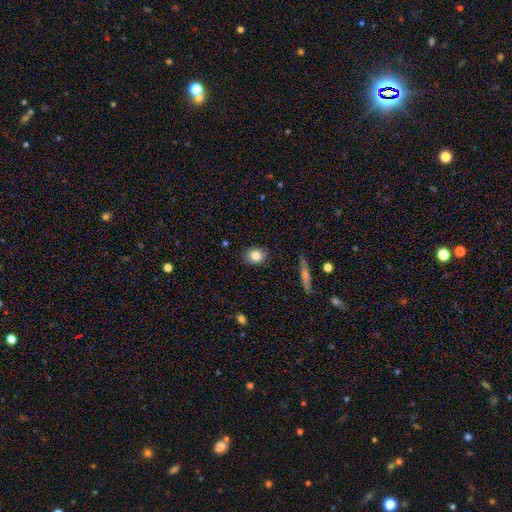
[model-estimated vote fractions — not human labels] smooth_or_featured: smooth (p=0.82) [alt: featured or disk p=0.09]
how_rounded: round (p=0.56) [alt: in between p=0.43]
merging: none (p=0.86) [alt: minor disturbance p=0.10]